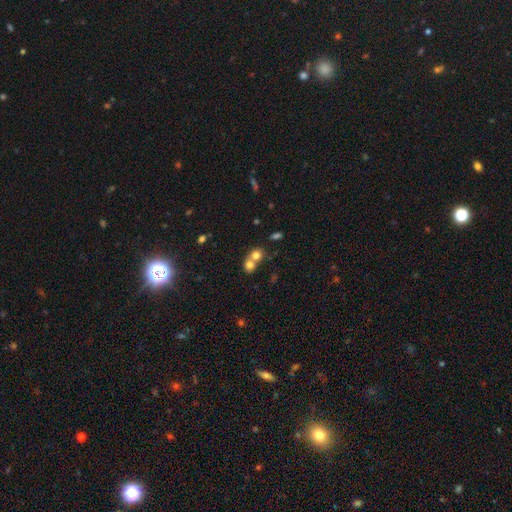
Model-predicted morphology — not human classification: This is likely a smooth galaxy (74%). How rounded: likely round (75%). Merging: likely merger (63%).